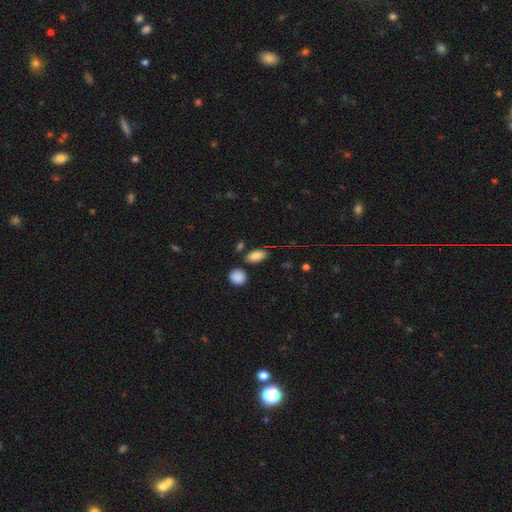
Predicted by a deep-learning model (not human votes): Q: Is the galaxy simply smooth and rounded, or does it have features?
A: smooth — 84%.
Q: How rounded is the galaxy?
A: in between — 89%.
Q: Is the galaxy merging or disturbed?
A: none — 75%.